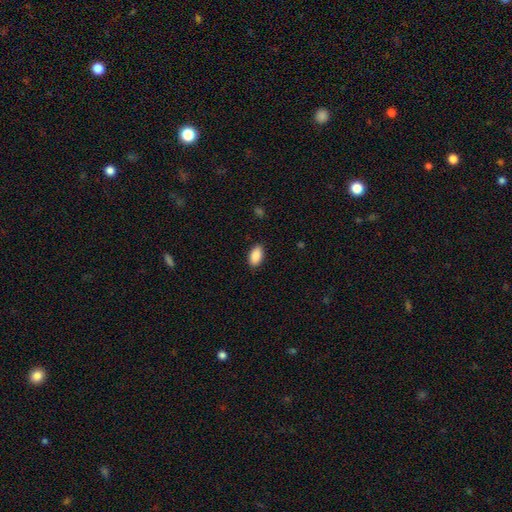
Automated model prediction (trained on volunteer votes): Smooth or featured? smooth (90%)
How rounded? in between (94%)
Merging? none (88%)